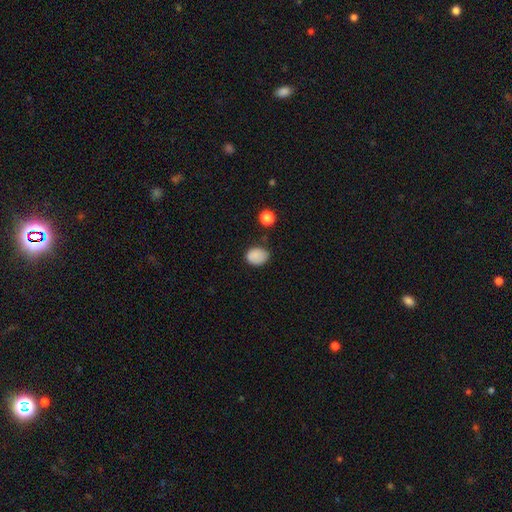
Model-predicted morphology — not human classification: This is clearly a smooth galaxy (86%). How rounded: likely in between (61%). Merging: likely none (71%).